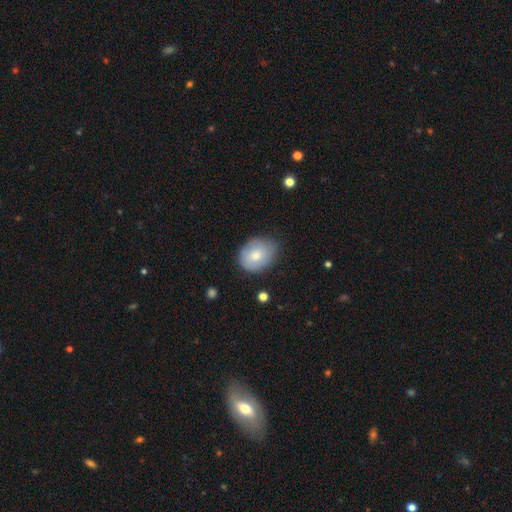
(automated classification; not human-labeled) Morphology: type=smooth (72%); roundness=in between (52%); merging=none (69%).